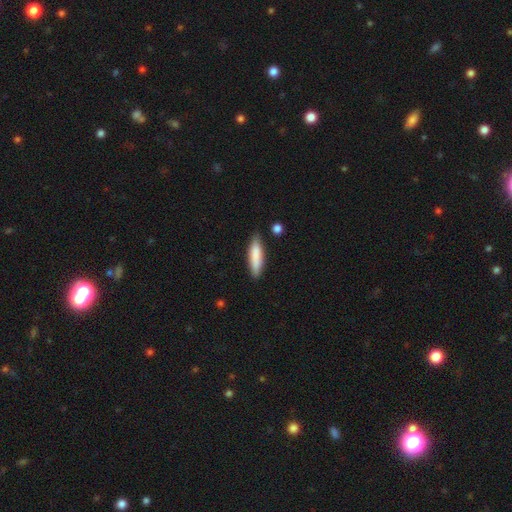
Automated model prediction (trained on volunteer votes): Morphology: type=smooth (81%); roundness=cigar-shaped (72%); merging=none (80%).